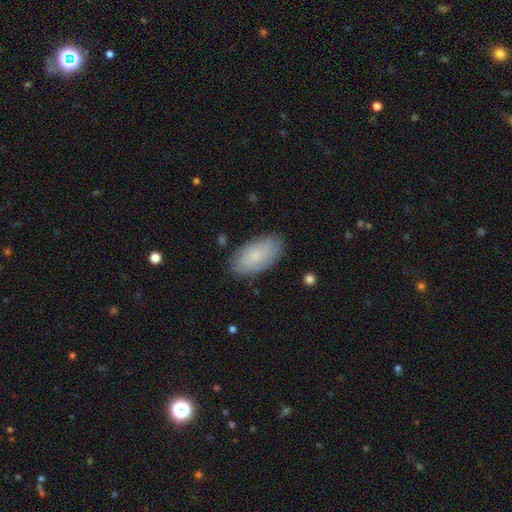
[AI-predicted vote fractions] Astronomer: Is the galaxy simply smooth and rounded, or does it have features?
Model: smooth — 70%.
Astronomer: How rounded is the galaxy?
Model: in between — 94%.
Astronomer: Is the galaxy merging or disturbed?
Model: none — 81%.